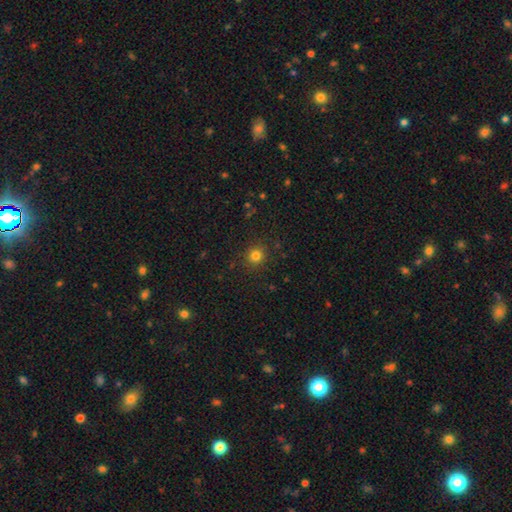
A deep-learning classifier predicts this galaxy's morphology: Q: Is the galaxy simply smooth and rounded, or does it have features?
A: smooth — 80%.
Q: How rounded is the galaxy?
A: round — 90%.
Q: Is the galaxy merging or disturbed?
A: none — 89%.